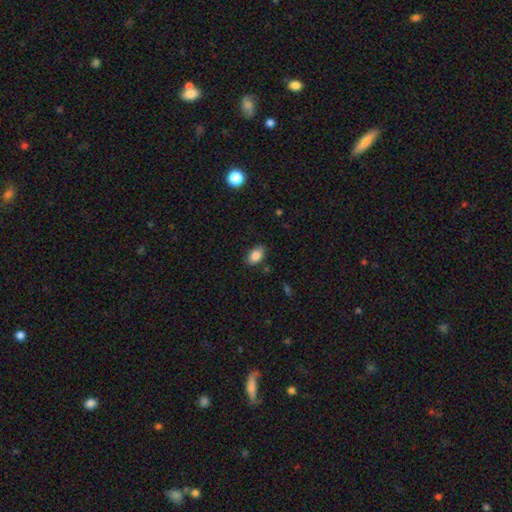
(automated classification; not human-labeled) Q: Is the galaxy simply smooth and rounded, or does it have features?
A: smooth — 87%.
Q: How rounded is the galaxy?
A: in between — 90%.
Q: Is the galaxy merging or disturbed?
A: none — 83%.